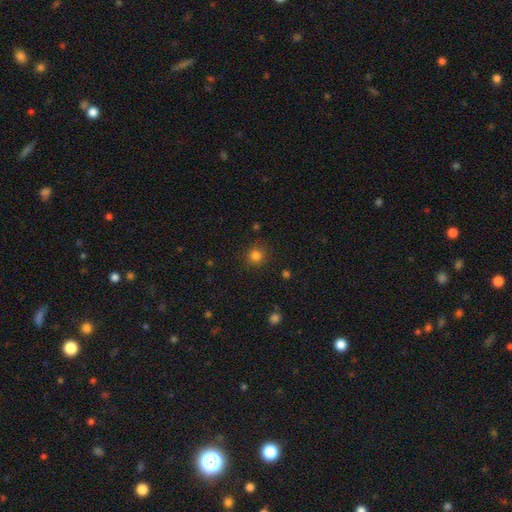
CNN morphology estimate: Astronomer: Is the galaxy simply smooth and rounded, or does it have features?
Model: smooth — 82%.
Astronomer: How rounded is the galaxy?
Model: round — 91%.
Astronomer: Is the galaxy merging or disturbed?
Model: none — 86%.